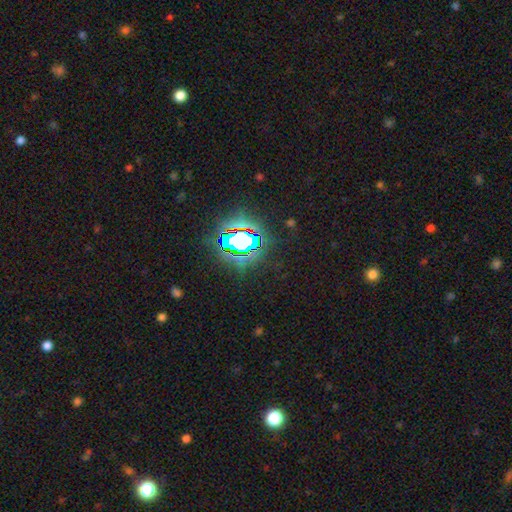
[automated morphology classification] A star or artifact, not a galaxy (84%).

Vote fractions:
- Smooth or featured? star or artifact: 84% / smooth: 9% / featured or disk: 6%